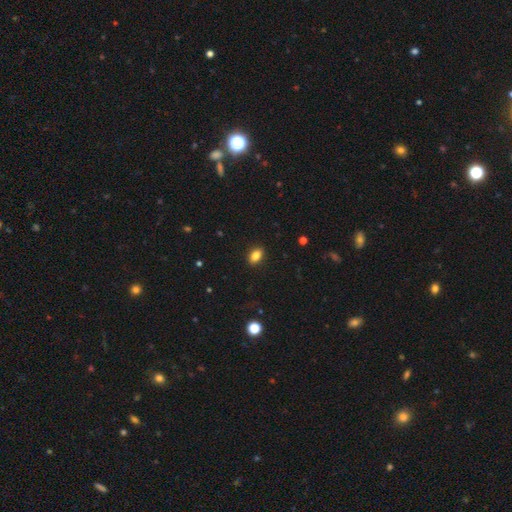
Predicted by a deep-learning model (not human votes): A smooth galaxy with no disk features (84%) that is in between round and cigar-shaped (84%).

Vote fractions:
- Smooth or featured? smooth: 84% / star or artifact: 10% / featured or disk: 6%
- How rounded? in between: 84% / round: 14% / cigar-shaped: 2%
- Merging? none: 90% / minor disturbance: 7% / major disturbance: 2% / merger: 1%